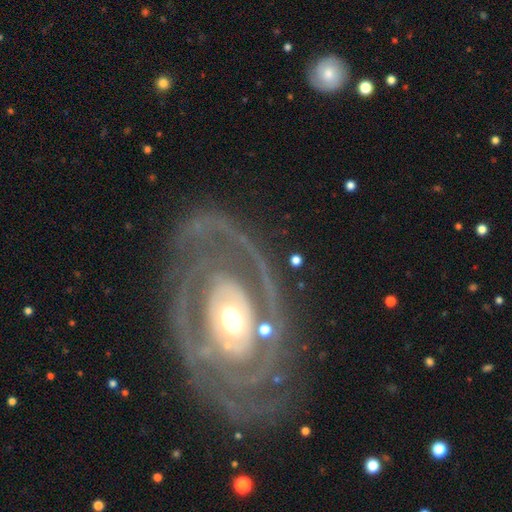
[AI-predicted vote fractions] A featured or disk galaxy (86%) with no bar (64%), 2 (34%) tight (71%) spiral arms (82%) and a moderate central bulge (63%).

Vote fractions:
- Smooth or featured? featured or disk: 86% / smooth: 9% / star or artifact: 5%
- Edge-on disk? no: 95% / yes: 5%
- Bar? no: 64% / weak: 22% / strong: 14%
- Spiral arms? yes: 82% / no: 18%
- Spiral winding? tight: 71% / medium: 22% / loose: 8%
- Spiral arm count? 2: 34% / can't tell: 31% / 3: 13% / 1: 8% / 4: 7% / more than 4: 6%
- Bulge size? moderate: 63% / large: 18% / small: 16% / dominant: 2% / none: 1%
- Merging? none: 77% / minor disturbance: 14% / major disturbance: 8% / merger: 2%